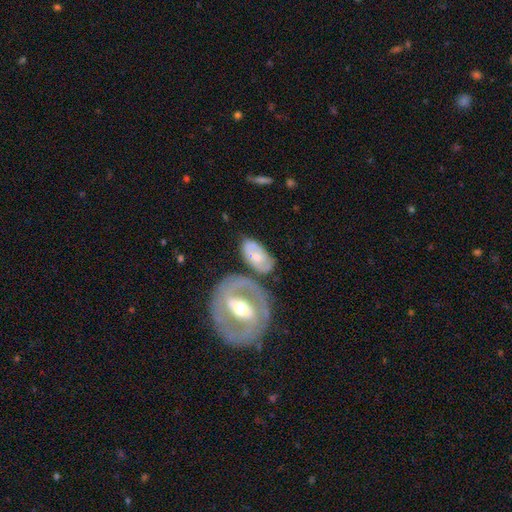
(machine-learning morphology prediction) Q: Smooth or featured?
A: featured or disk (54%); runner-up: smooth (40%)
Q: Edge-on disk?
A: no (91%); runner-up: yes (9%)
Q: Merging?
A: none (55%); runner-up: minor disturbance (20%)